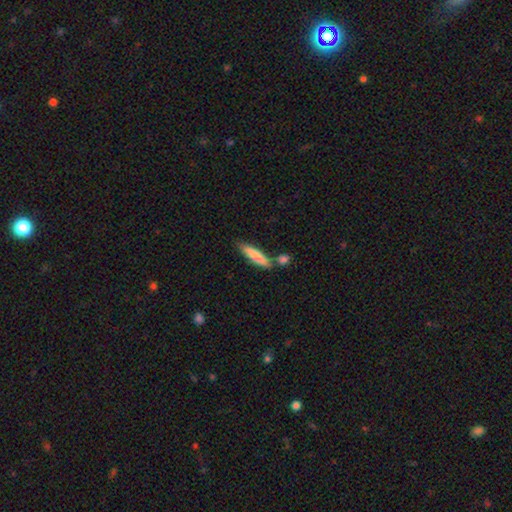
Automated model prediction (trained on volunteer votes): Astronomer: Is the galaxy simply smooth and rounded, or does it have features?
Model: smooth — 78%.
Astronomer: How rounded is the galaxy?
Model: cigar-shaped — 78%.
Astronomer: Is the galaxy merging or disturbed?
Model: none — 67%.